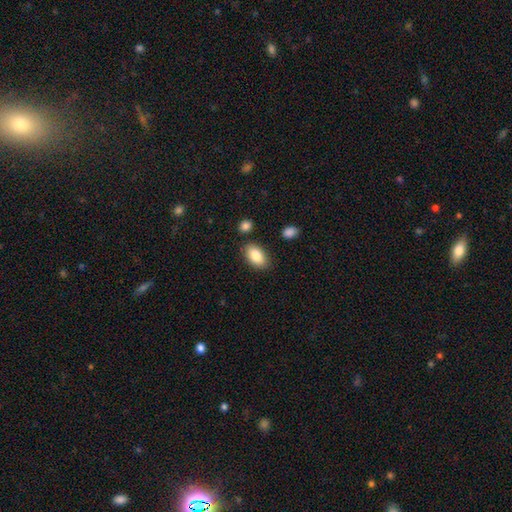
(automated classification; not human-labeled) smooth-or-featured: smooth: 85% | featured or disk: 8% | star or artifact: 7%
  how-rounded: in between: 93% | round: 6% | cigar-shaped: 2%
  merging: none: 83% | minor disturbance: 11% | merger: 4% | major disturbance: 3%